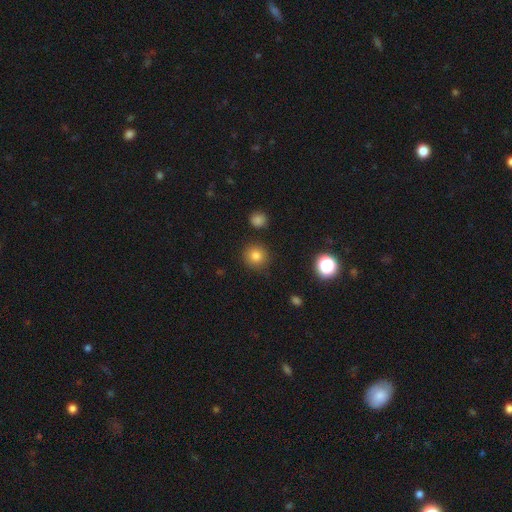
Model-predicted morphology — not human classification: The model was most divided on "smooth or featured": smooth: 82%, star or artifact: 13%, featured or disk: 6%. More confident: how rounded — round (93%); merging — none (88%).